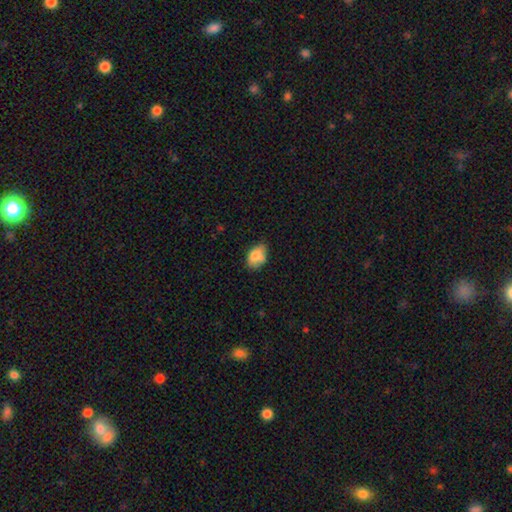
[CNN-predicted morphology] This is likely a smooth galaxy (73%). How rounded: likely in between (80%). Merging: possibly none (49%).